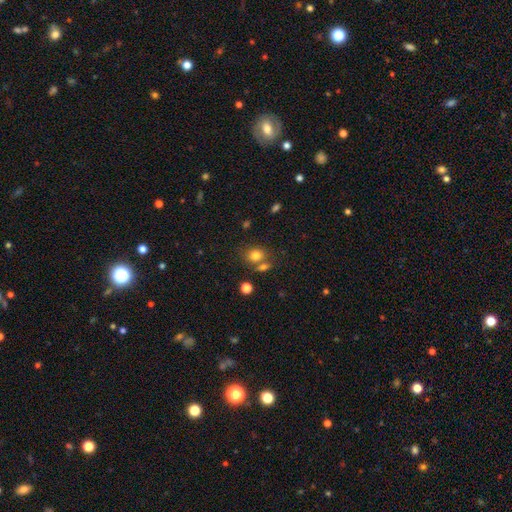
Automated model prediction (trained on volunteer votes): A smooth galaxy with no disk features (79%) that is round (57%).

Vote fractions:
- Smooth or featured? smooth: 79% / star or artifact: 12% / featured or disk: 9%
- How rounded? round: 57% / in between: 42% / cigar-shaped: 1%
- Merging? none: 57% / merger: 25% / minor disturbance: 12% / major disturbance: 5%